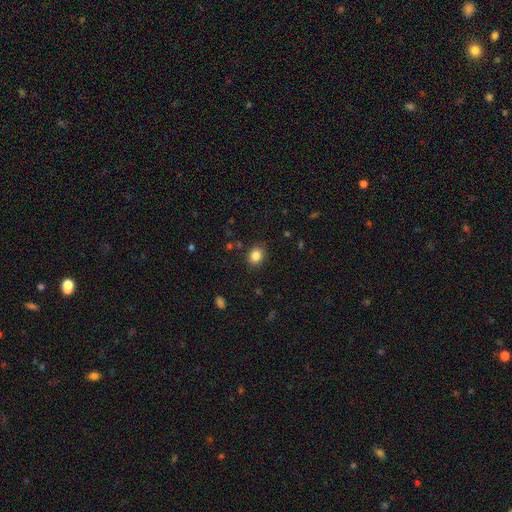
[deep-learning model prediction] Morphology: type=smooth (84%); roundness=round (60%); merging=none (86%).